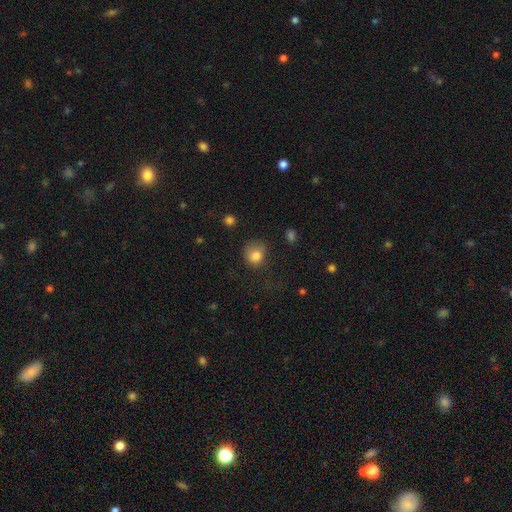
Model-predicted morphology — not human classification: Smooth or featured?
  - smooth: 81% *
  - star or artifact: 11%
  - featured or disk: 8%
How rounded?
  - round: 75% *
  - in between: 24%
  - cigar-shaped: 1%
Merging?
  - none: 53% *
  - minor disturbance: 28%
  - major disturbance: 16%
  - merger: 2%